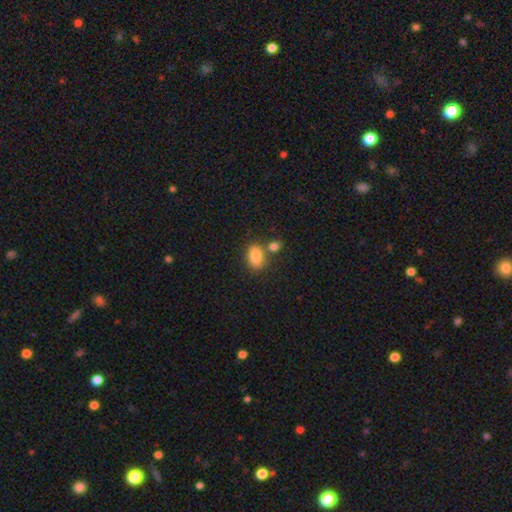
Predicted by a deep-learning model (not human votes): The model was most divided on "merging": none: 56%, merger: 25%, minor disturbance: 15%, major disturbance: 5%. More confident: how rounded — in between (86%); smooth or featured — smooth (84%).